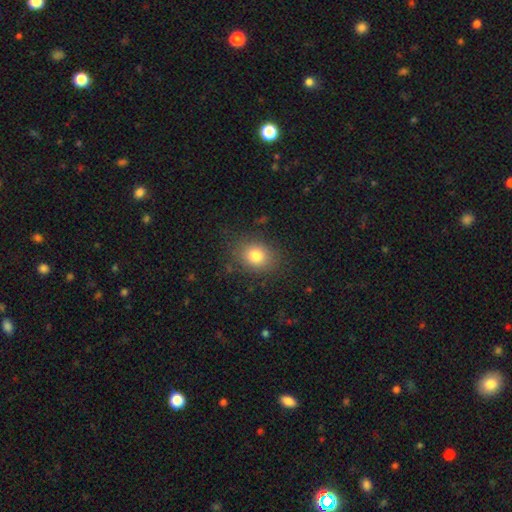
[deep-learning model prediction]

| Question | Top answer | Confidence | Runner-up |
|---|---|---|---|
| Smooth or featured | smooth | 81% | star or artifact (11%) |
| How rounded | in between | 52% | round (47%) |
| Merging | none | 82% | minor disturbance (12%) |